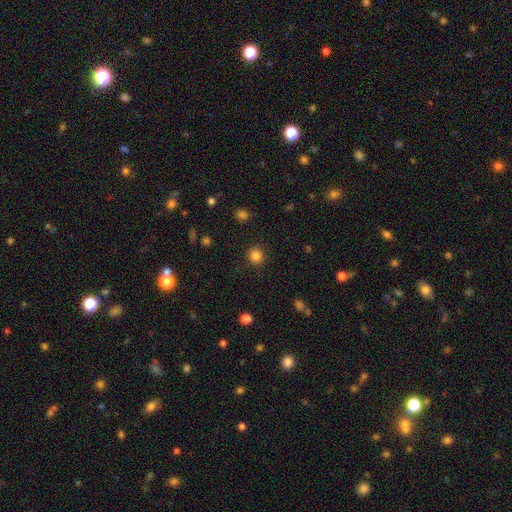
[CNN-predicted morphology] Q: Smooth or featured?
A: smooth (84%); runner-up: star or artifact (12%)
Q: How rounded?
A: round (90%); runner-up: in between (9%)
Q: Merging?
A: none (89%); runner-up: minor disturbance (7%)